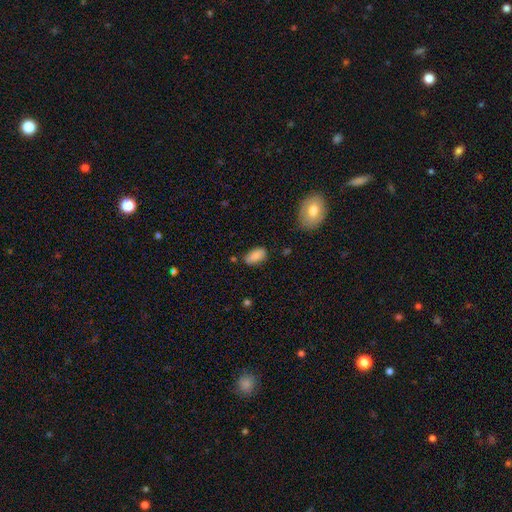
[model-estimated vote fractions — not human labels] Smooth or featured?
  - smooth: 83% *
  - featured or disk: 9%
  - star or artifact: 8%
How rounded?
  - in between: 92% *
  - cigar-shaped: 4%
  - round: 4%
Merging?
  - none: 74% *
  - minor disturbance: 19%
  - major disturbance: 4%
  - merger: 3%